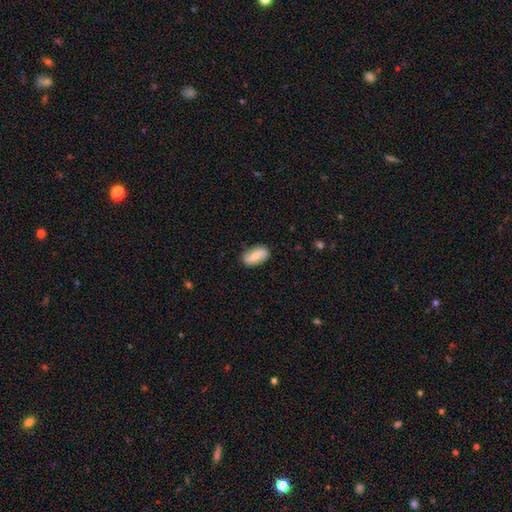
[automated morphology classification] type=smooth (58%); roundness=in between (88%); merging=none (82%).